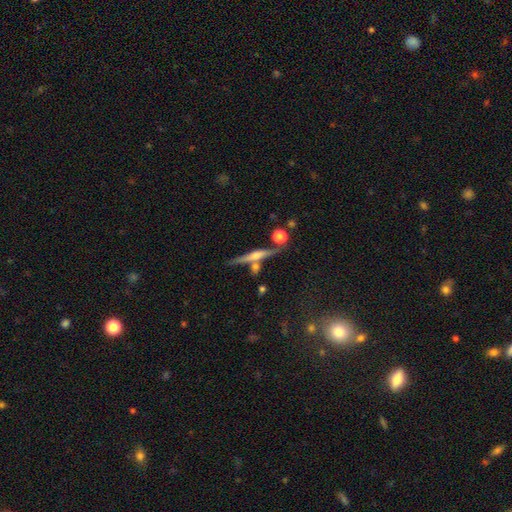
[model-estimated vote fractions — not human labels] Smooth or featured: featured or disk — 69% (smooth — 23%)
Edge-on disk: yes — 96% (no — 4%)
Edge-on bulge: rounded — 75% (none — 14%)
Merging: none — 74% (merger — 12%)